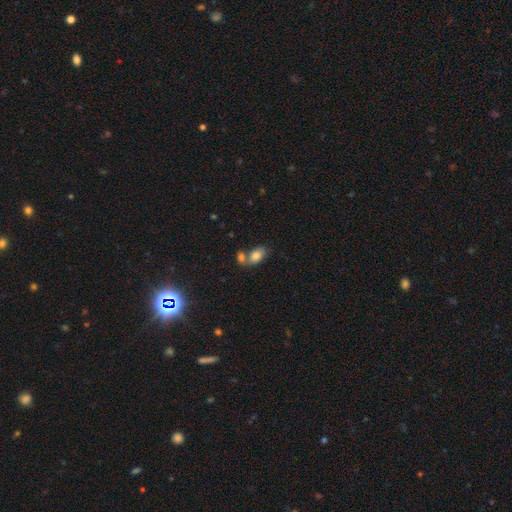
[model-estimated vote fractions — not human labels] The model was most divided on "merging": merger: 47%, none: 38%, minor disturbance: 11%, major disturbance: 4%. More confident: how rounded — in between (89%); smooth or featured — smooth (80%).